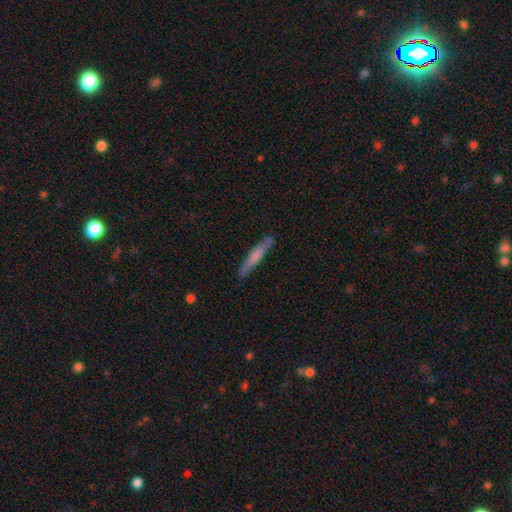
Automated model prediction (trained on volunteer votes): This is likely a smooth galaxy (61%). How rounded: clearly cigar-shaped (94%). Merging: clearly none (86%).